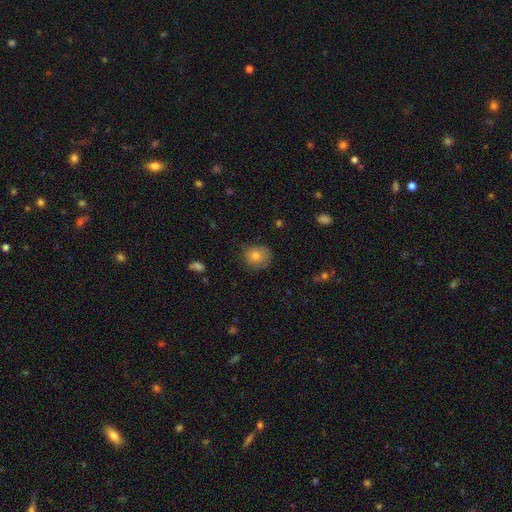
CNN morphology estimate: Overall: smooth (75%). How rounded: round (76%). Merging: none (74%).